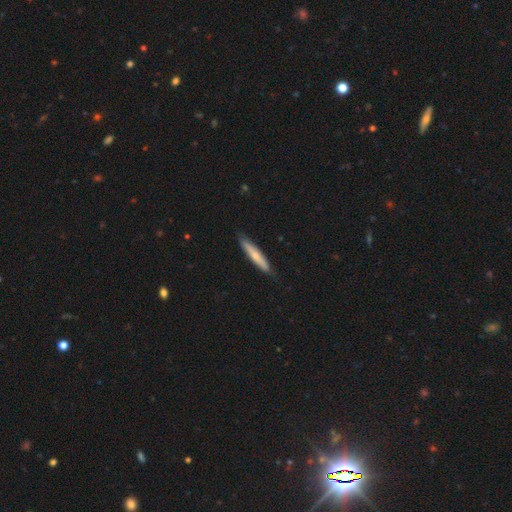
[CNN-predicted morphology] smooth 65%, featured or disk 30%, star or artifact 5%. Down the decision tree: how rounded — cigar-shaped (91%); merging — none (85%).